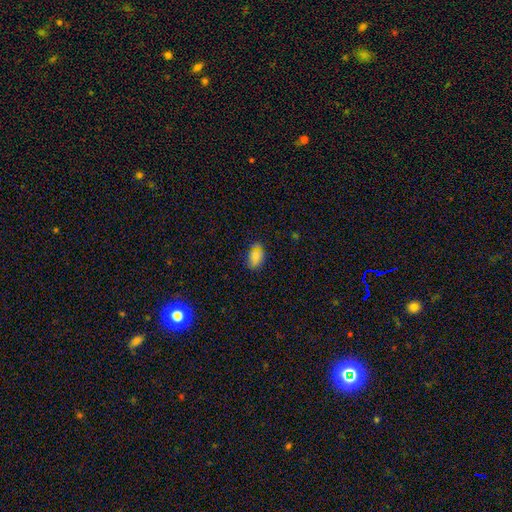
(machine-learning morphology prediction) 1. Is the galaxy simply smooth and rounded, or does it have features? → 75% smooth, 18% star or artifact, 7% featured or disk.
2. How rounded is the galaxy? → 86% in between, 12% round, 2% cigar-shaped.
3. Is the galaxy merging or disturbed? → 74% none, 19% minor disturbance, 5% major disturbance, 3% merger.